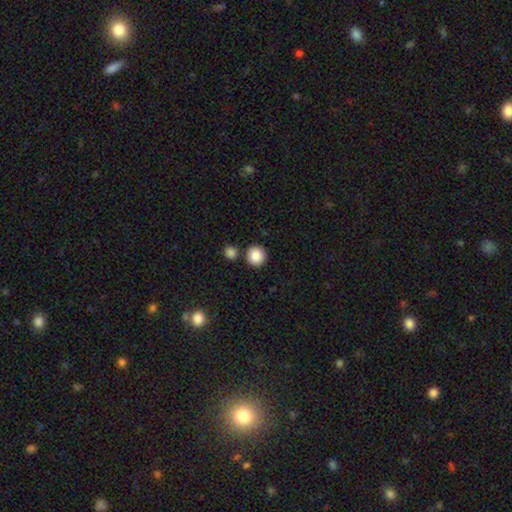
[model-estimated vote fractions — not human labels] Smooth or featured? Predicted: smooth (p=0.88). How rounded? Predicted: round (p=0.93). Merging? Predicted: none (p=0.83).